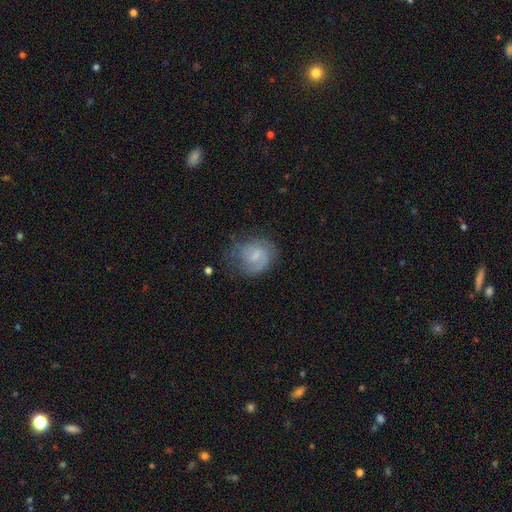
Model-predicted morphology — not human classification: smooth-or-featured: featured or disk: 63% | smooth: 29% | star or artifact: 7%
  disk-edge-on: no: 98% | yes: 2%
    bar: weak: 58% | no: 29% | strong: 13%
    has-spiral-arms: yes: 86% | no: 14%
      spiral-winding: medium: 42% | tight: 40% | loose: 18%
      spiral-arm-count: 2: 50% | can't tell: 23% | 1: 16% | 3: 7% | 4: 2% | more than 4: 2%
    bulge-size: small: 45% | none: 29% | moderate: 22% | large: 2% | dominant: 1%
  merging: none: 58% | minor disturbance: 24% | major disturbance: 16% | merger: 2%